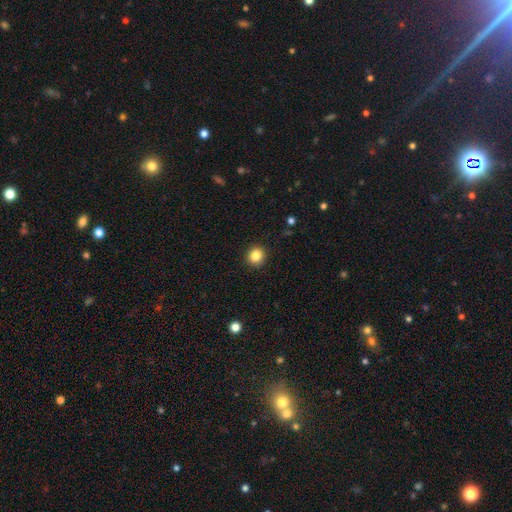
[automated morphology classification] Smooth or featured? Predicted: smooth (p=0.83). How rounded? Predicted: round (p=0.87). Merging? Predicted: none (p=0.92).